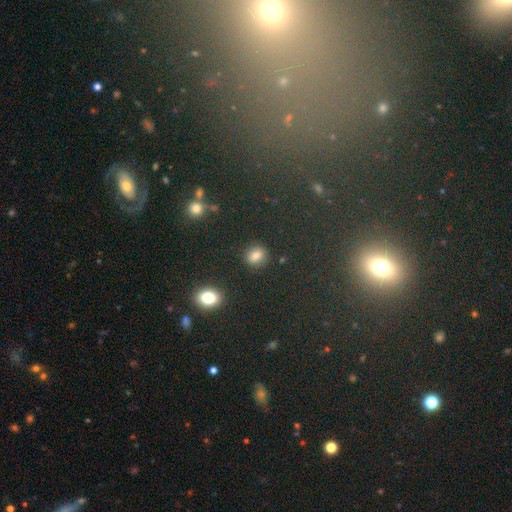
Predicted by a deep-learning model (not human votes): A smooth galaxy with no disk features (78%) that is round (66%).

Vote fractions:
- Smooth or featured? smooth: 78% / star or artifact: 16% / featured or disk: 6%
- How rounded? round: 66% / in between: 32% / cigar-shaped: 2%
- Merging? none: 86% / minor disturbance: 9% / major disturbance: 3% / merger: 3%